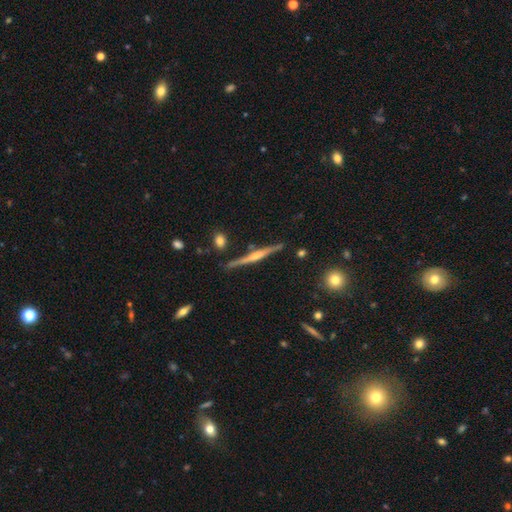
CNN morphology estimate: smooth_or_featured: featured or disk (p=0.77) [alt: smooth p=0.17]
disk_edge_on: yes (p=0.98) [alt: no p=0.02]
edge_on_bulge: rounded (p=0.68) [alt: none p=0.17]
merging: none (p=0.87) [alt: minor disturbance p=0.08]